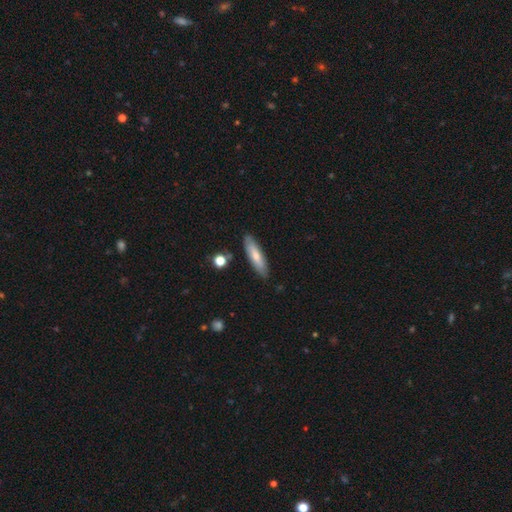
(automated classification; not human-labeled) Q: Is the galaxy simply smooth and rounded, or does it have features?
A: smooth — 66%.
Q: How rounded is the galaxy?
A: cigar-shaped — 65%.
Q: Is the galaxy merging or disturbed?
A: none — 84%.